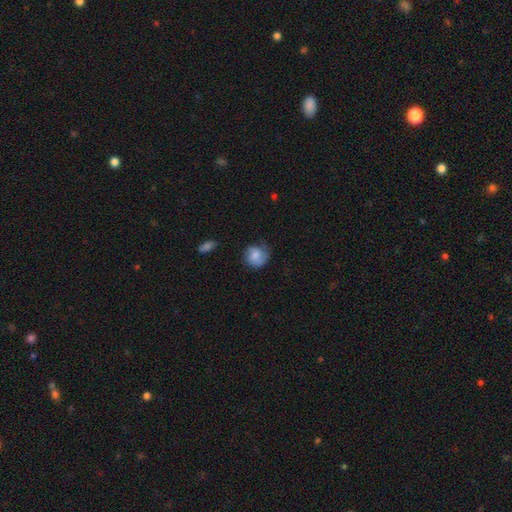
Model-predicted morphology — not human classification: Overall: smooth (71%). How rounded: round (80%). Merging: none (58%; minor disturbance 28%).